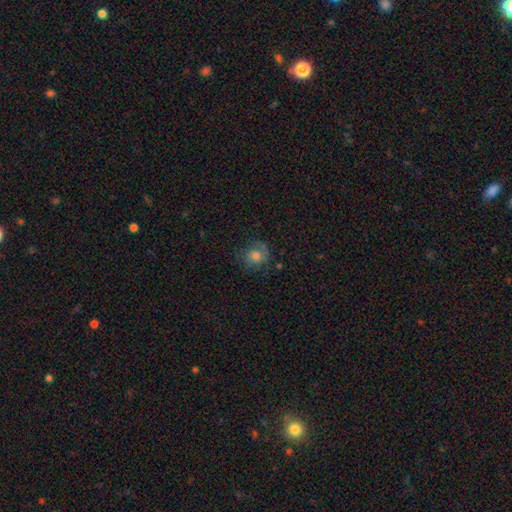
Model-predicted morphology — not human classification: This appears to be a smooth galaxy with no disk features (62%) that is round (79%). Merging: none (68%).